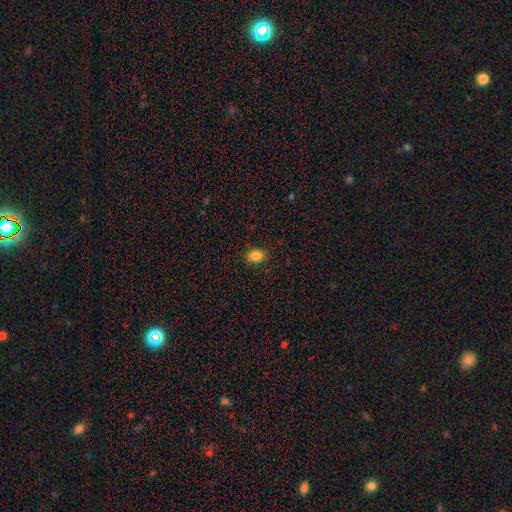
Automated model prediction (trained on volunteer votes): smooth_or_featured: smooth (p=0.86) [alt: star or artifact p=0.11]
how_rounded: in between (p=0.53) [alt: round p=0.46]
merging: none (p=0.89) [alt: minor disturbance p=0.08]